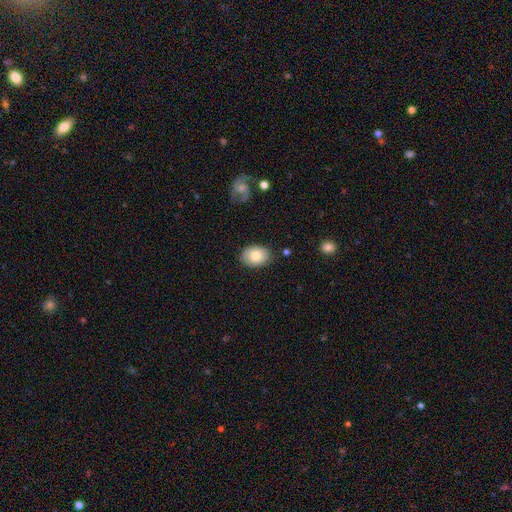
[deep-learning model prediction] Smooth or featured? Predicted: smooth (p=0.77). How rounded? Predicted: in between (p=0.76). Merging? Predicted: none (p=0.83).